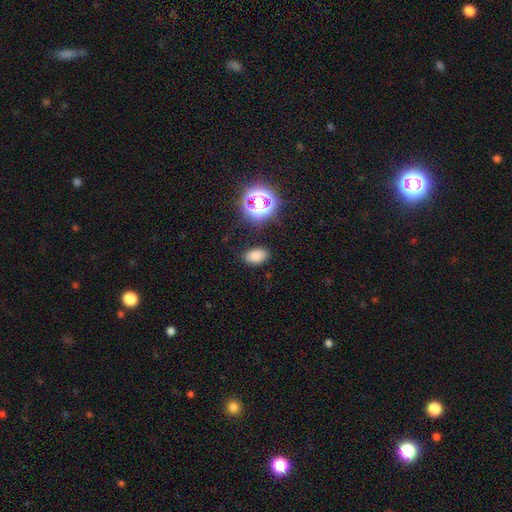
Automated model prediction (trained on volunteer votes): smooth_or_featured: smooth (p=0.77) [alt: star or artifact p=0.17]
how_rounded: in between (p=0.87) [alt: round p=0.11]
merging: none (p=0.85) [alt: minor disturbance p=0.10]